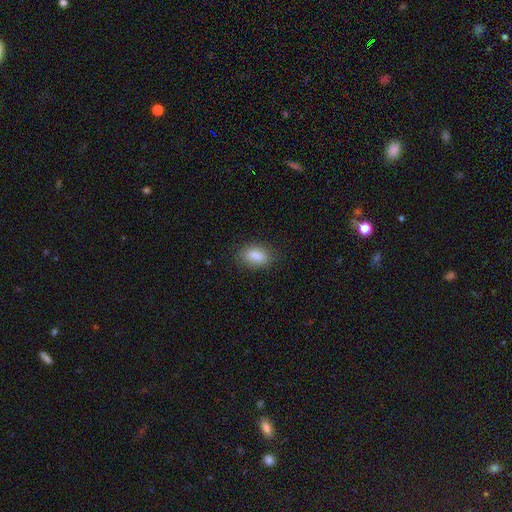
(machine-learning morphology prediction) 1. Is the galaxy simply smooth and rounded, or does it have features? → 86% smooth, 8% star or artifact, 6% featured or disk.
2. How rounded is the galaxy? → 88% in between, 9% round, 4% cigar-shaped.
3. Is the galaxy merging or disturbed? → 81% none, 14% minor disturbance, 4% major disturbance, 1% merger.